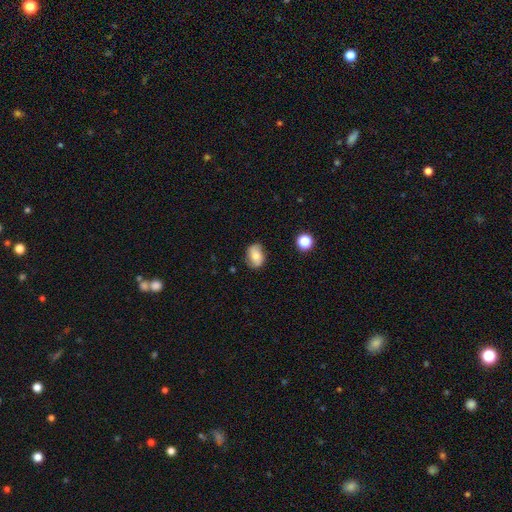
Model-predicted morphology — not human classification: A smooth galaxy with no disk features (70%) that is in between round and cigar-shaped (76%).

Vote fractions:
- Smooth or featured? smooth: 70% / featured or disk: 20% / star or artifact: 10%
- How rounded? in between: 76% / round: 23% / cigar-shaped: 1%
- Merging? none: 73% / minor disturbance: 20% / major disturbance: 5% / merger: 2%